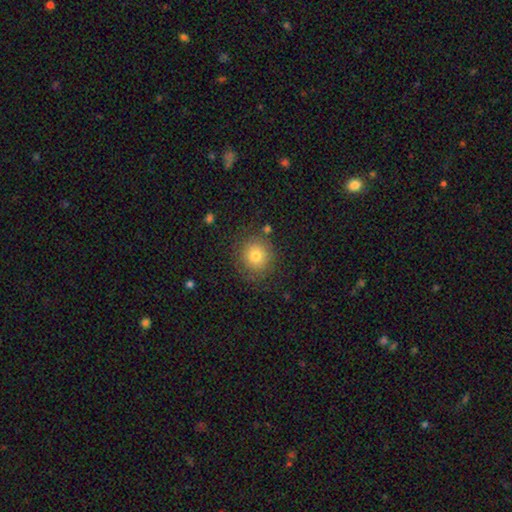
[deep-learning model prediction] The model was most divided on "smooth or featured": smooth: 75%, featured or disk: 13%, star or artifact: 12%. More confident: how rounded — round (90%); merging — none (82%).